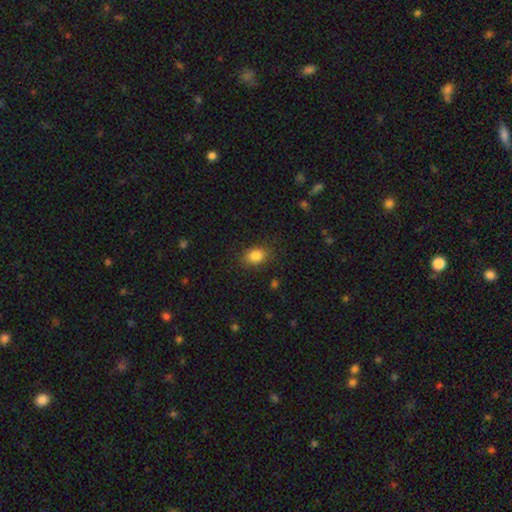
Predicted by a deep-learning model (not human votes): Smooth or featured?
  - smooth: 85% *
  - star or artifact: 10%
  - featured or disk: 6%
How rounded?
  - in between: 71% *
  - round: 27%
  - cigar-shaped: 1%
Merging?
  - none: 82% *
  - minor disturbance: 13%
  - major disturbance: 4%
  - merger: 1%